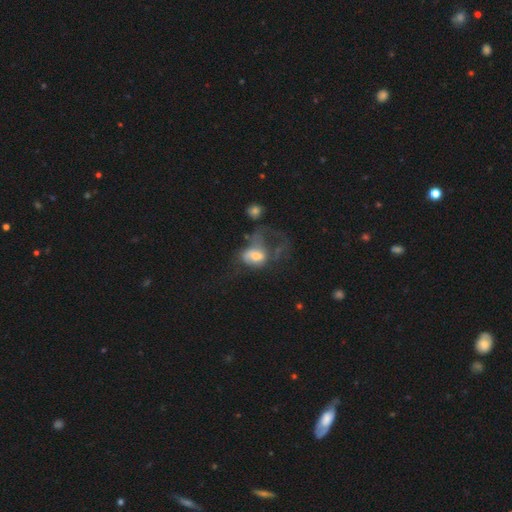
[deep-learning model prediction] smooth 46%, featured or disk 44%, star or artifact 10%. Down the decision tree: merging — major disturbance (61%).